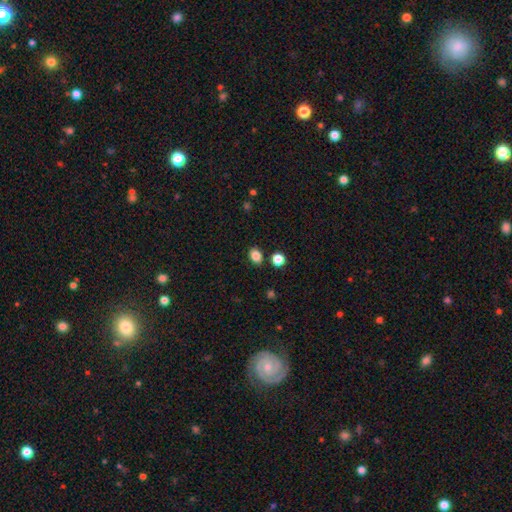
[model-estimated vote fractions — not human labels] Smooth or featured?
  - smooth: 85% *
  - star or artifact: 11%
  - featured or disk: 4%
How rounded?
  - in between: 66% *
  - round: 33%
  - cigar-shaped: 1%
Merging?
  - none: 82% *
  - minor disturbance: 9%
  - merger: 6%
  - major disturbance: 3%